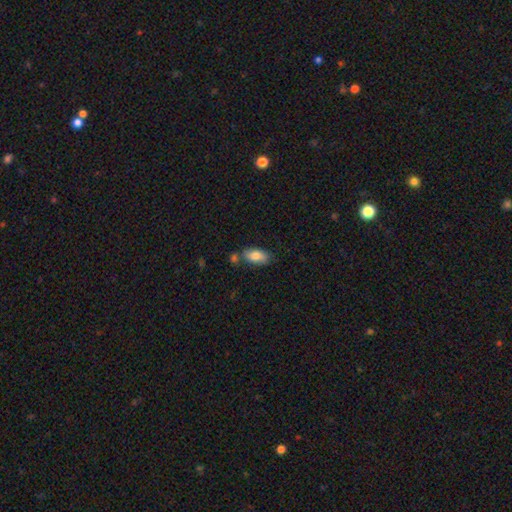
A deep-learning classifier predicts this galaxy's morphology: Smooth or featured? Predicted: smooth (p=0.81). How rounded? Predicted: in between (p=0.90). Merging? Predicted: none (p=0.69).